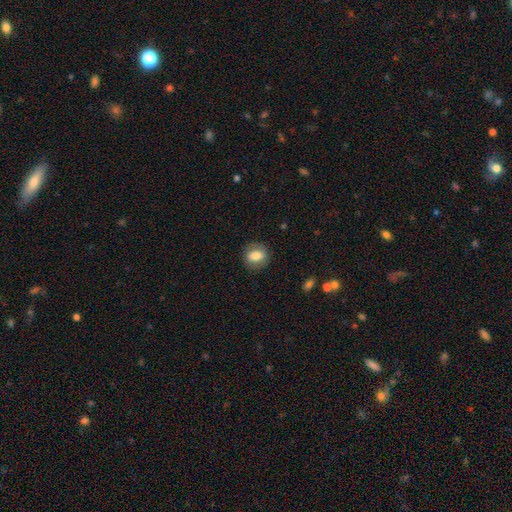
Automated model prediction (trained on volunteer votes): Smooth or featured? smooth (77%)
How rounded? round (58%)
Merging? none (83%)